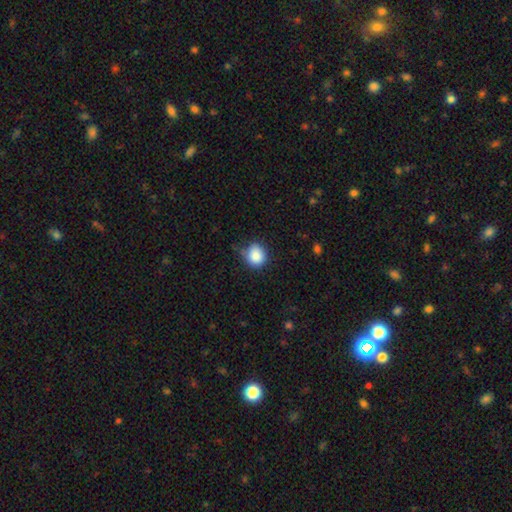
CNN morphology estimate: Overall: smooth (86%). How rounded: round (85%). Merging: none (70%).